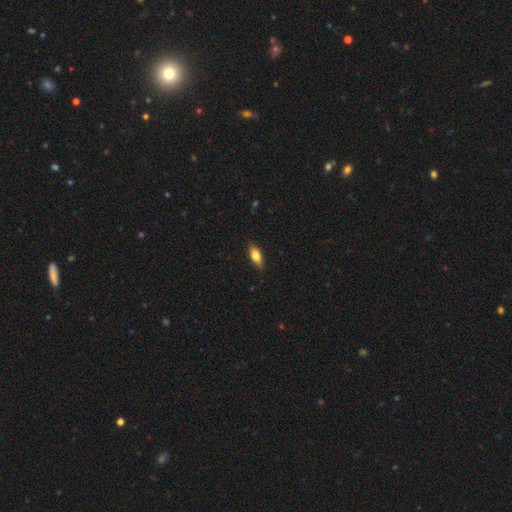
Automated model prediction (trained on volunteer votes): Morphology: type=smooth (79%); roundness=in between (83%); merging=none (88%).